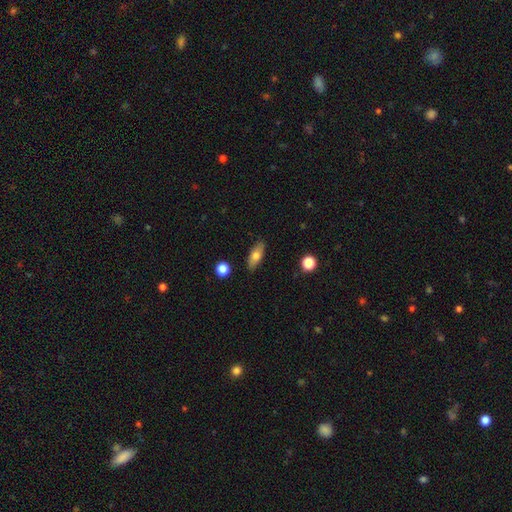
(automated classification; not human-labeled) smooth 71%, featured or disk 22%, star or artifact 7%. Down the decision tree: how rounded — in between (72%); merging — none (87%).